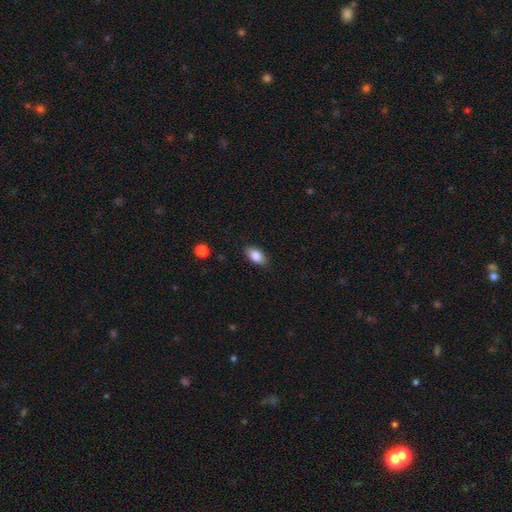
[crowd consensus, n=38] A smooth galaxy with no disk features (89%) that is in between round and cigar-shaped (91%).

Vote fractions:
- Smooth or featured? smooth: 89% / star or artifact: 8% / featured or disk: 3%
- How rounded? in between: 91% / cigar-shaped: 6% / round: 3%
- Merging? none: 86% / minor disturbance: 11% / major disturbance: 3% / merger: 0%